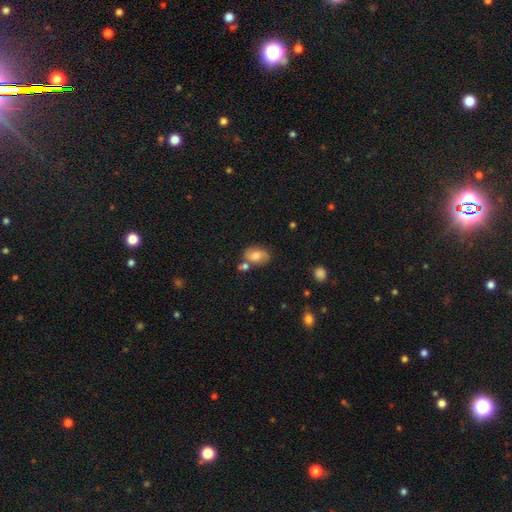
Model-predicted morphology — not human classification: A smooth galaxy with no disk features (66%) that is in between round and cigar-shaped (82%).

Vote fractions:
- Smooth or featured? smooth: 66% / featured or disk: 25% / star or artifact: 9%
- How rounded? in between: 82% / round: 16% / cigar-shaped: 2%
- Merging? none: 61% / minor disturbance: 19% / merger: 15% / major disturbance: 5%